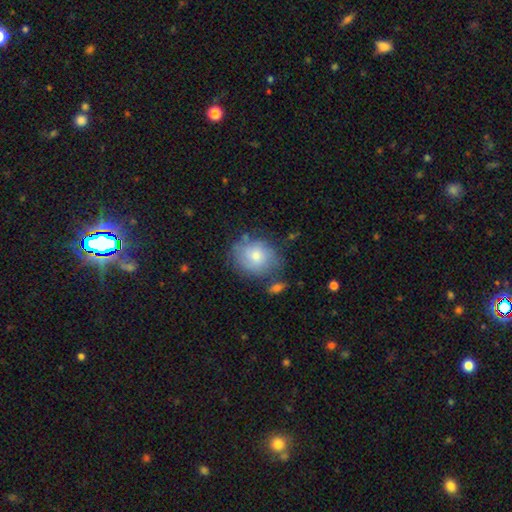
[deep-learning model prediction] A smooth galaxy with no disk features (66%) that is round (59%).

Vote fractions:
- Smooth or featured? smooth: 66% / featured or disk: 25% / star or artifact: 9%
- How rounded? round: 59% / in between: 40% / cigar-shaped: 1%
- Merging? none: 66% / minor disturbance: 21% / major disturbance: 6% / merger: 6%